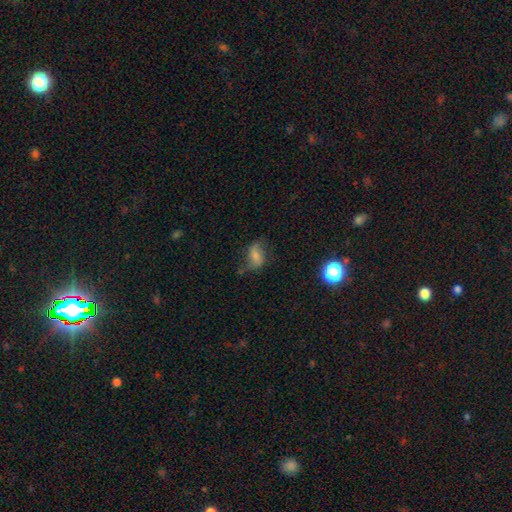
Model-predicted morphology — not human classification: smooth 49%, featured or disk 38%, star or artifact 13%. Down the decision tree: merging — none (53%).